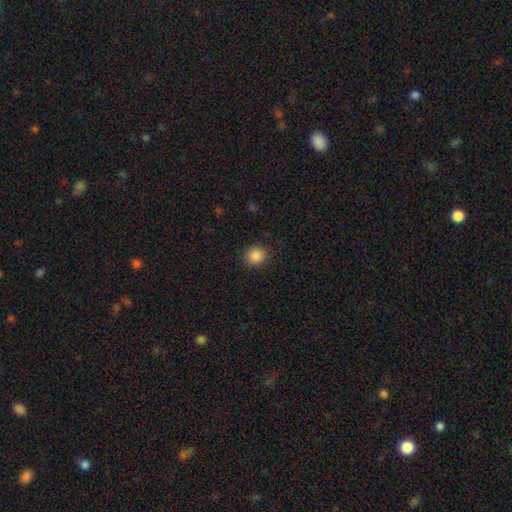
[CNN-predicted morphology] smooth 87%, star or artifact 10%, featured or disk 3%. Down the decision tree: how rounded — round (84%); merging — none (89%).